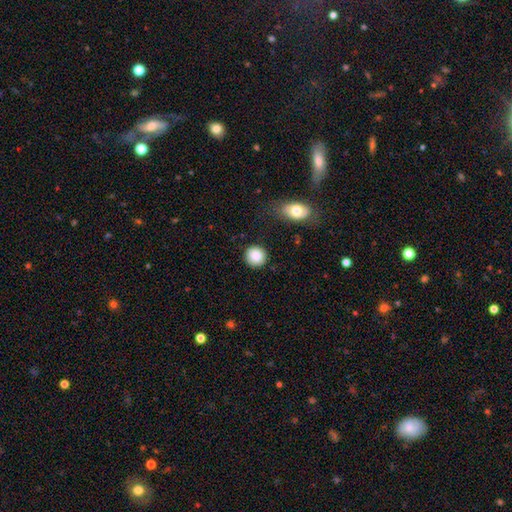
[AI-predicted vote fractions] smooth-or-featured: smooth: 87% | star or artifact: 8% | featured or disk: 5%
  how-rounded: round: 91% | in between: 8% | cigar-shaped: 1%
  merging: none: 85% | minor disturbance: 10% | major disturbance: 3% | merger: 2%